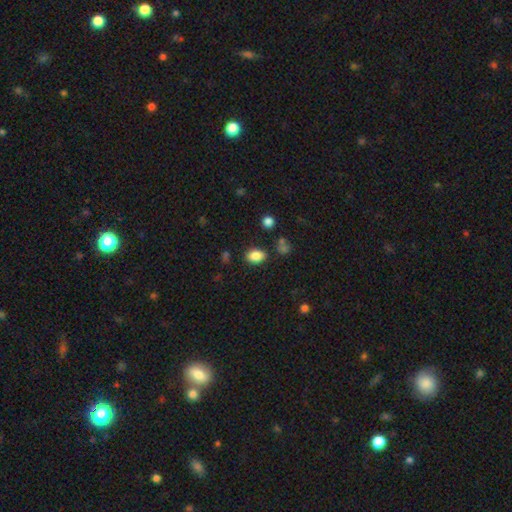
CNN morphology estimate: smooth_or_featured: smooth (p=0.85) [alt: star or artifact p=0.10]
how_rounded: in between (p=0.79) [alt: round p=0.20]
merging: none (p=0.82) [alt: minor disturbance p=0.11]